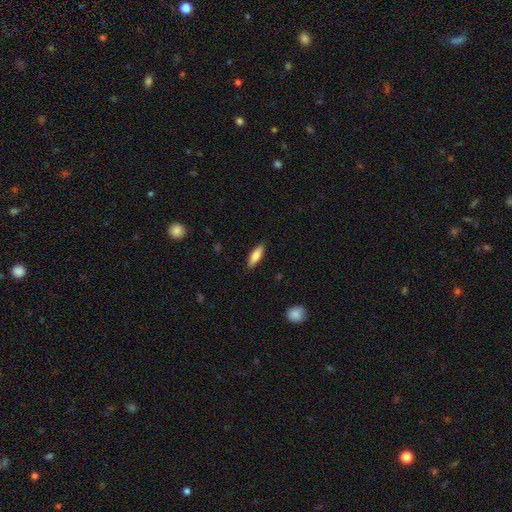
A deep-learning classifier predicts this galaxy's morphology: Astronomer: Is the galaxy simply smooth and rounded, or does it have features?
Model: smooth — 79%.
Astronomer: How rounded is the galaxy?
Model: in between — 50% (runner-up: cigar-shaped, 48%).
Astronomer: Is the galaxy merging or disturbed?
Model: none — 88%.